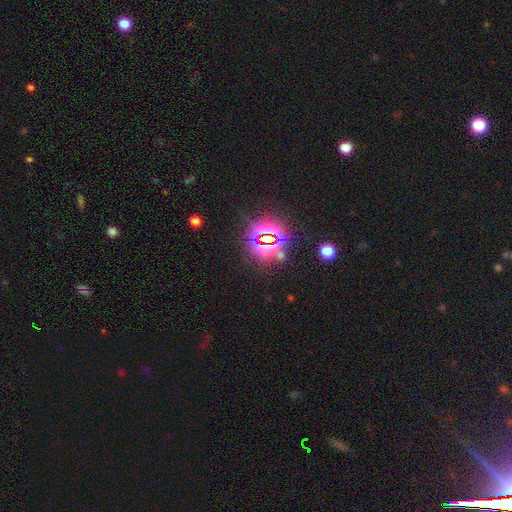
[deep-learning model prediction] smooth-or-featured: star or artifact: 82% | smooth: 12% | featured or disk: 7%